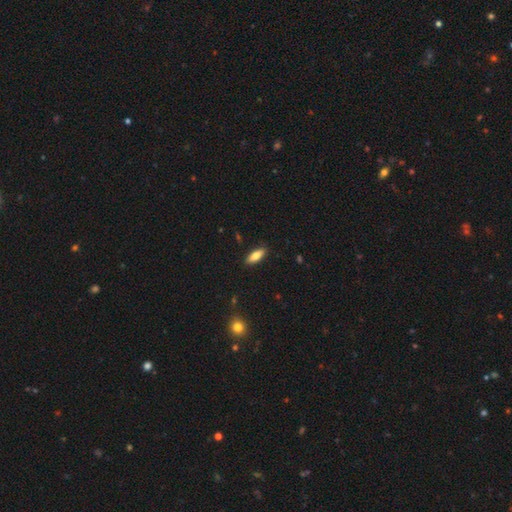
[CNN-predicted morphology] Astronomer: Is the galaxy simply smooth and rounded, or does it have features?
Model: smooth — 79%.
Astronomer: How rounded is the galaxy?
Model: in between — 66%.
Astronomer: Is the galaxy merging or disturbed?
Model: none — 88%.